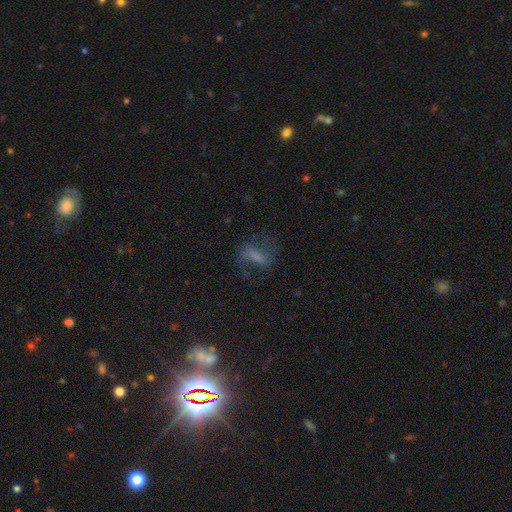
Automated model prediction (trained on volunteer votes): A featured or disk galaxy (51%). Merging: none (58%).